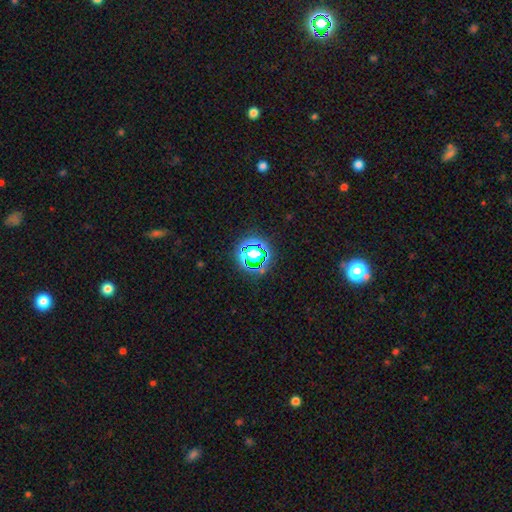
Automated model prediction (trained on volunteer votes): smooth-or-featured: star or artifact: 54% | smooth: 34% | featured or disk: 12%